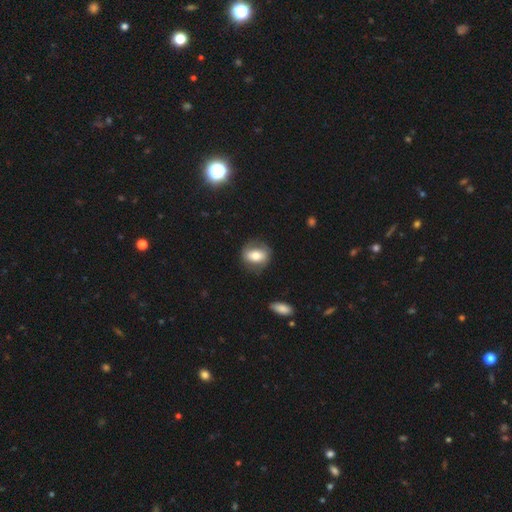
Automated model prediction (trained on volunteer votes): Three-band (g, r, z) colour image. It shows a smooth galaxy with no disk features (63%) that is in between round and cigar-shaped (56%). Merging: none (73%).